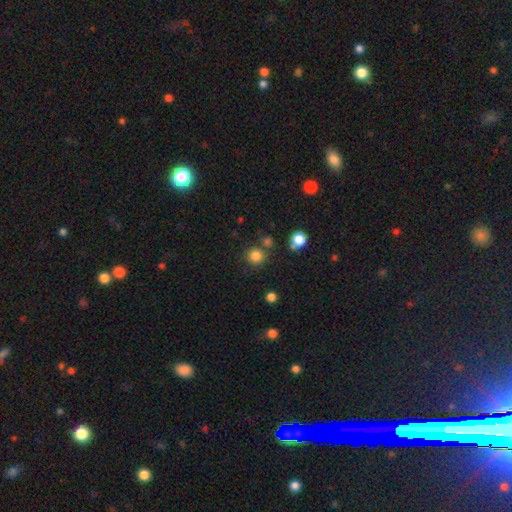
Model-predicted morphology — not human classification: Smooth or featured? smooth (82%)
How rounded? round (93%)
Merging? none (80%)